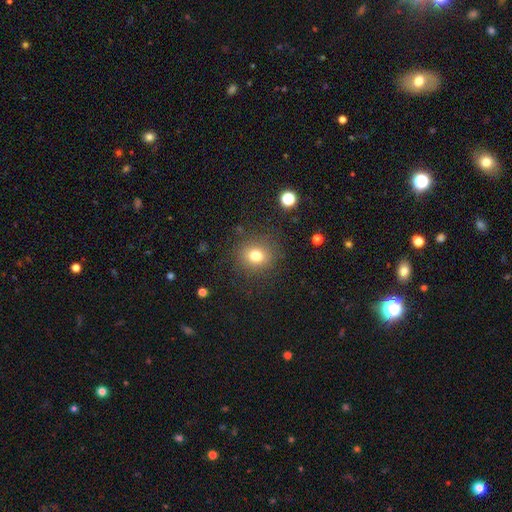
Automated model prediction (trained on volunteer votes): smooth_or_featured: smooth (p=0.76) [alt: star or artifact p=0.15]
how_rounded: round (p=0.81) [alt: in between p=0.18]
merging: none (p=0.86) [alt: minor disturbance p=0.09]